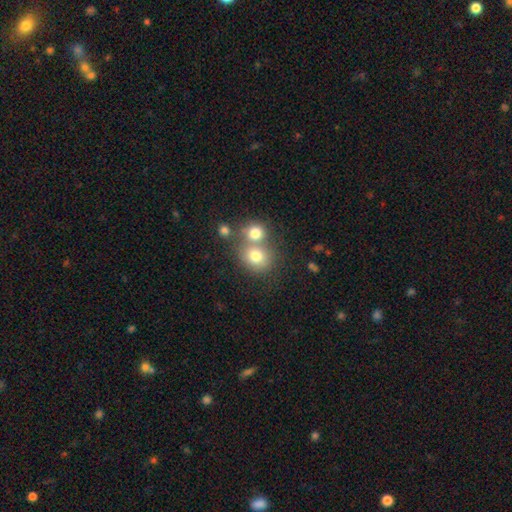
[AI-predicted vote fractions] smooth_or_featured: smooth (p=0.75) [alt: featured or disk p=0.13]
how_rounded: round (p=0.75) [alt: in between p=0.24]
merging: merger (p=0.46) [alt: none p=0.43]